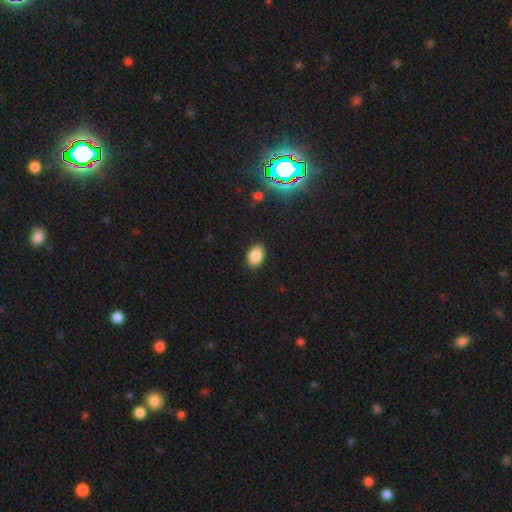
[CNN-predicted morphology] smooth_or_featured: smooth (p=0.86) [alt: star or artifact p=0.09]
how_rounded: in between (p=0.90) [alt: round p=0.09]
merging: none (p=0.89) [alt: minor disturbance p=0.08]